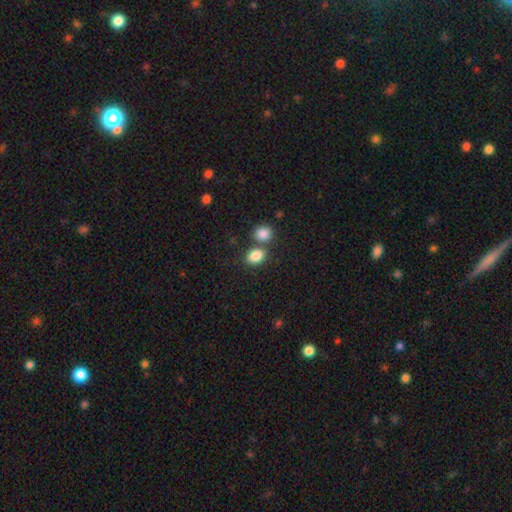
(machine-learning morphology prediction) Smooth or featured: smooth — 85% (star or artifact — 10%)
How rounded: in between — 58% (round — 41%)
Merging: none — 59% (merger — 29%)